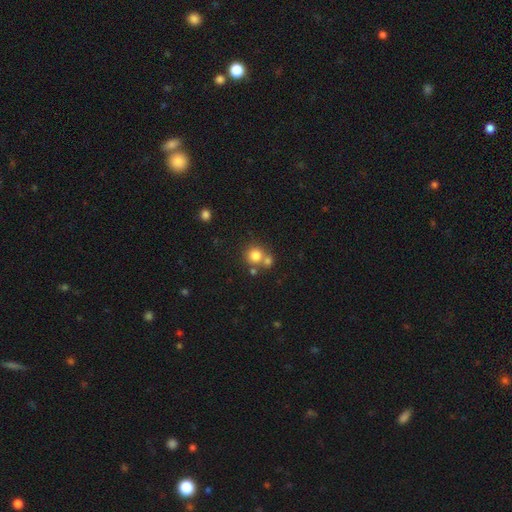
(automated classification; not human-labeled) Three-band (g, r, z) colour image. It shows a smooth galaxy with no disk features (79%) that is round (90%). Merging: none (56%).